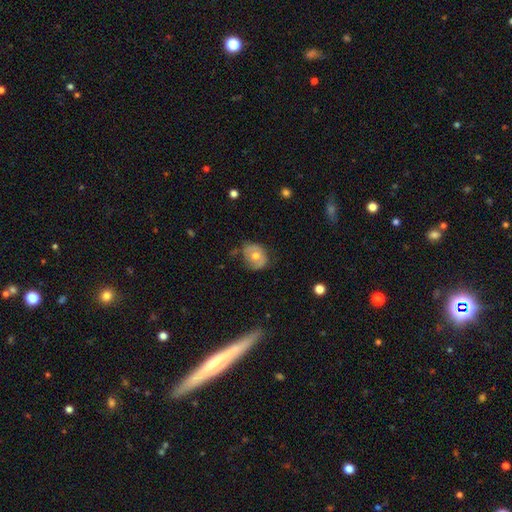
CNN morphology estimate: Smooth or featured: smooth — 52% (featured or disk — 40%)
How rounded: round — 58% (in between — 41%)
Merging: none — 61% (minor disturbance — 28%)